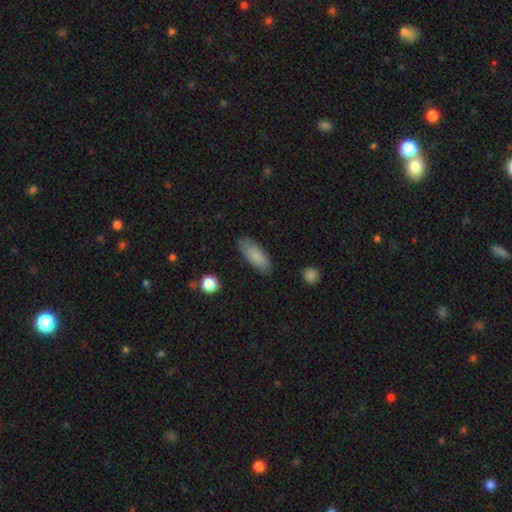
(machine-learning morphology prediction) Smooth or featured: smooth — 85% (featured or disk — 9%)
How rounded: in between — 76% (cigar-shaped — 22%)
Merging: none — 83% (minor disturbance — 13%)